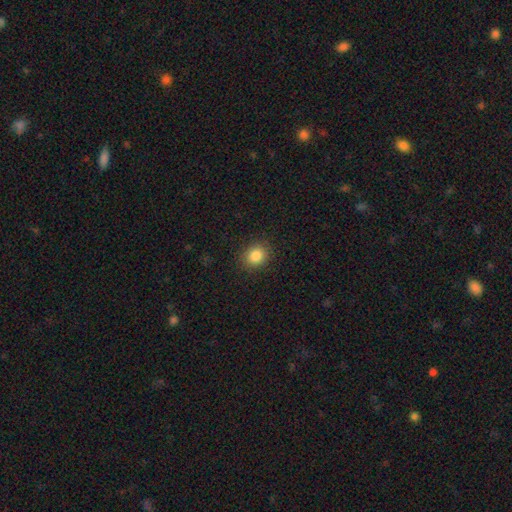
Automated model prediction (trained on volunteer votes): Morphology: type=smooth (85%); roundness=round (67%); merging=none (89%).